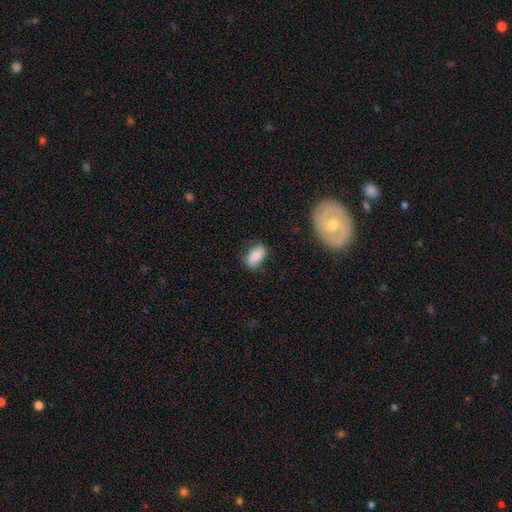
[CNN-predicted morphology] A smooth galaxy with no disk features (74%) that is in between round and cigar-shaped (89%).

Vote fractions:
- Smooth or featured? smooth: 74% / featured or disk: 18% / star or artifact: 8%
- How rounded? in between: 89% / round: 5% / cigar-shaped: 5%
- Merging? none: 69% / minor disturbance: 23% / major disturbance: 5% / merger: 3%